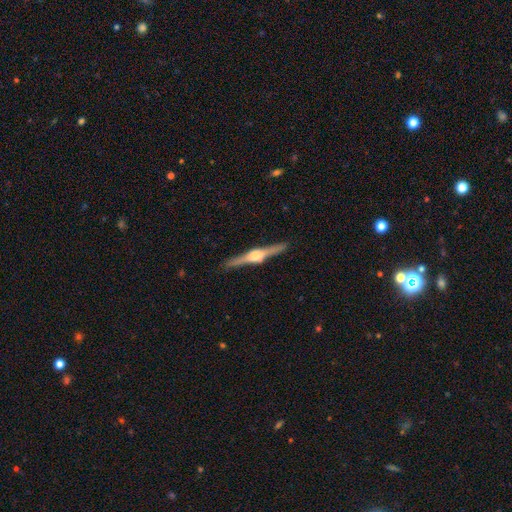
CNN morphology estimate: A featured or disk galaxy (83%) viewed edge-on (98%) with a rounded central bulge (90%). Merging: none (91%).